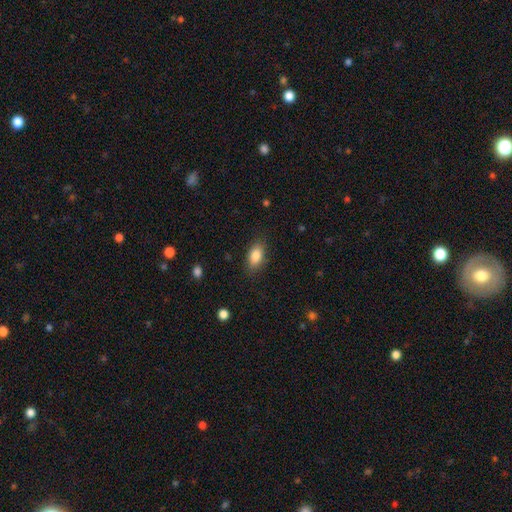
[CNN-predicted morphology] Smooth or featured? Predicted: smooth (p=0.86). How rounded? Predicted: in between (p=0.89). Merging? Predicted: none (p=0.84).